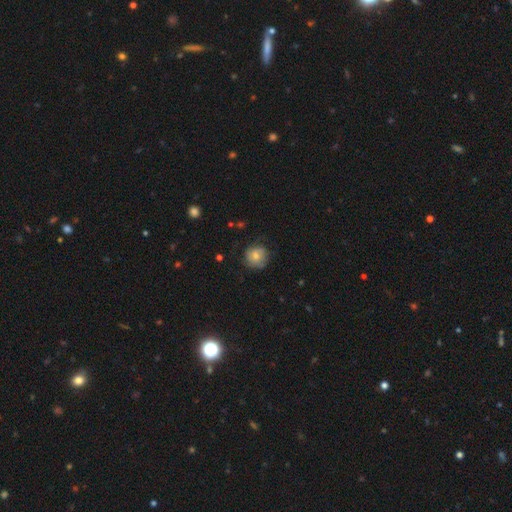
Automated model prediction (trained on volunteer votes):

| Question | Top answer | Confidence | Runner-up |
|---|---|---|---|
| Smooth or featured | smooth | 69% | featured or disk (22%) |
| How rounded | round | 90% | in between (9%) |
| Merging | none | 70% | minor disturbance (23%) |